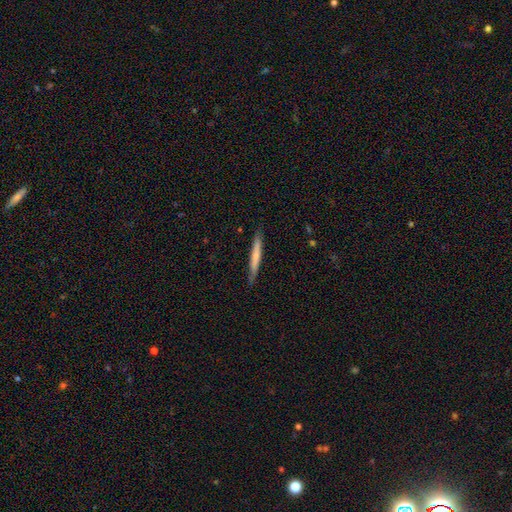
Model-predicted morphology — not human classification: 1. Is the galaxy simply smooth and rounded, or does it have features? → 58% smooth, 36% featured or disk, 6% star or artifact.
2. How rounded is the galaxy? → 96% cigar-shaped, 3% in between, 1% round.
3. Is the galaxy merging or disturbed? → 86% none, 11% minor disturbance, 2% major disturbance, 1% merger.